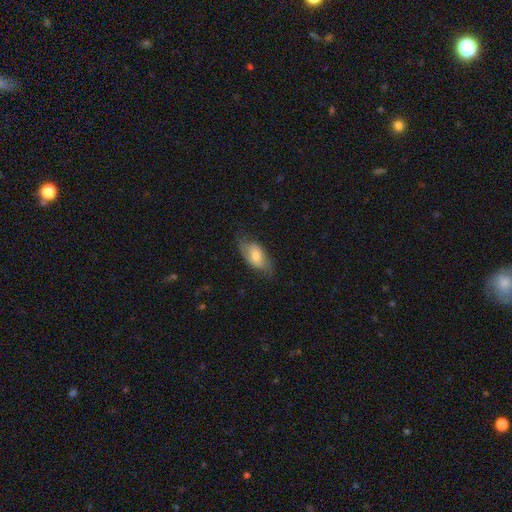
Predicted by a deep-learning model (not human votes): This is possibly a smooth galaxy (55%). How rounded: clearly in between (90%). Merging: likely none (66%).